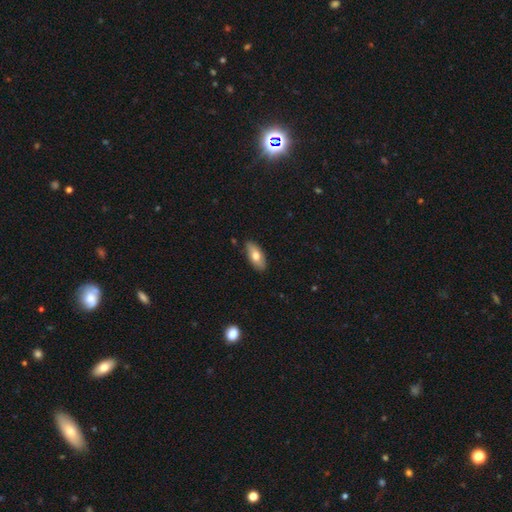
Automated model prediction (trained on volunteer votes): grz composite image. It shows a smooth galaxy with no disk features (72%) that is in between round and cigar-shaped (87%). Merging: none (85%).